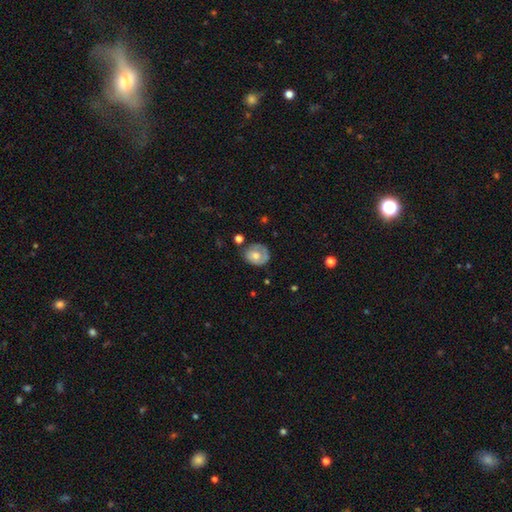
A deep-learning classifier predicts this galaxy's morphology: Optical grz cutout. It shows a smooth galaxy with no disk features (55%) that is round (67%). Merging: none (56%).